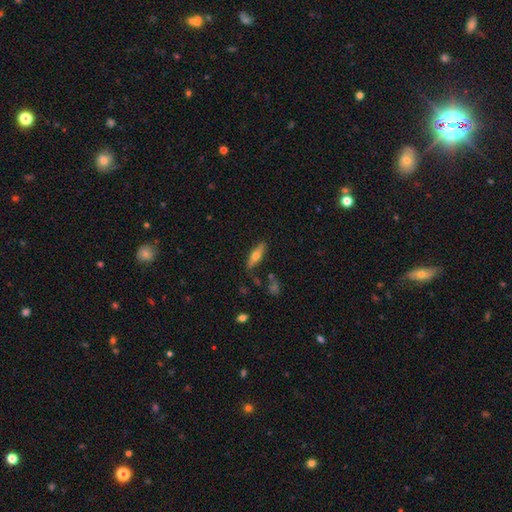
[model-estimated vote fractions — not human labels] Smooth or featured?
  - smooth: 56% *
  - featured or disk: 37%
  - star or artifact: 7%
How rounded?
  - cigar-shaped: 54% *
  - in between: 43%
  - round: 3%
Merging?
  - none: 80% *
  - minor disturbance: 13%
  - merger: 3%
  - major disturbance: 3%